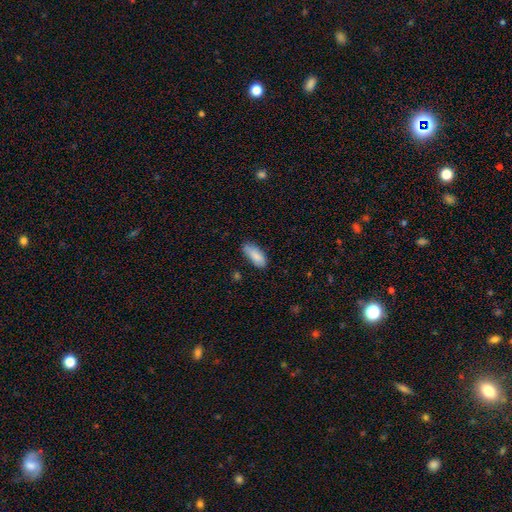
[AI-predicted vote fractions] Smooth or featured? smooth (86%)
How rounded? in between (79%)
Merging? none (69%)